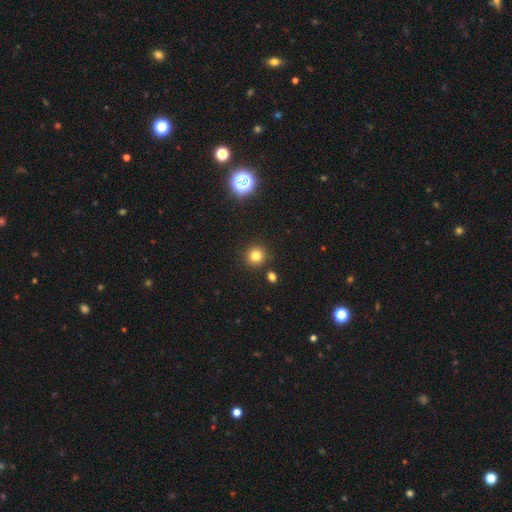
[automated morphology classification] Smooth or featured? Predicted: smooth (p=0.79). How rounded? Predicted: round (p=0.92). Merging? Predicted: none (p=0.88).